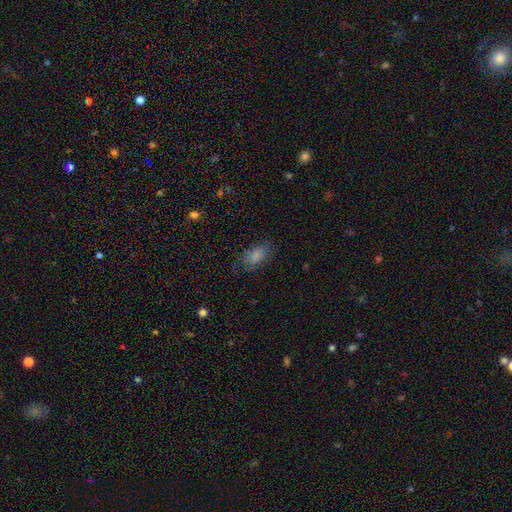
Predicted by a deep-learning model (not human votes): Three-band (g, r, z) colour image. It shows a smooth galaxy with no disk features (78%) that is in between round and cigar-shaped (90%). Merging: none (69%).